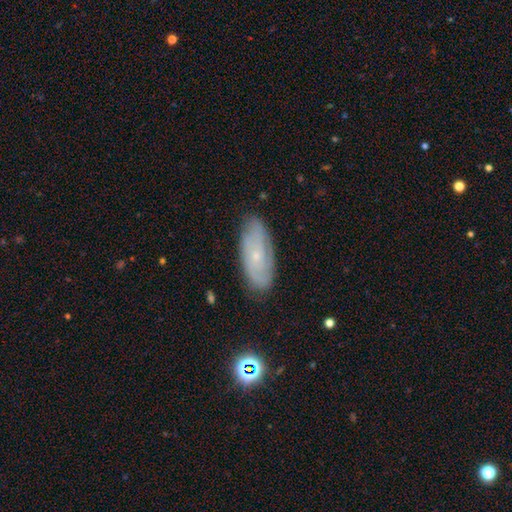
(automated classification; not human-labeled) Overall: featured or disk (59%; smooth 32%). Edge-on disk: no (89%). Bar: no (77%). Spiral arms: yes (82%). Bulge size: small (81%). Merging: none (79%).